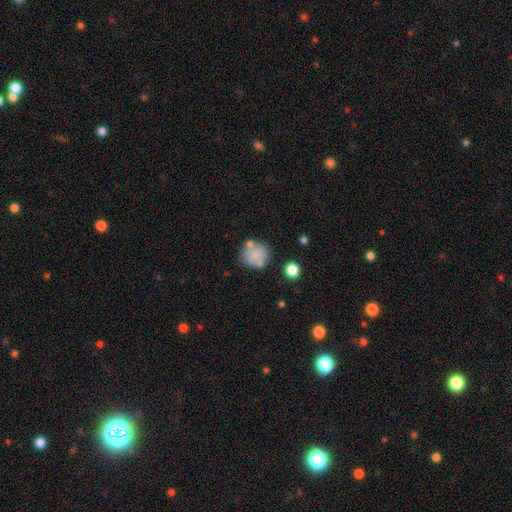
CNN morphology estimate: smooth_or_featured: smooth (p=0.75) [alt: featured or disk p=0.15]
how_rounded: round (p=0.82) [alt: in between p=0.17]
merging: none (p=0.61) [alt: minor disturbance p=0.18]